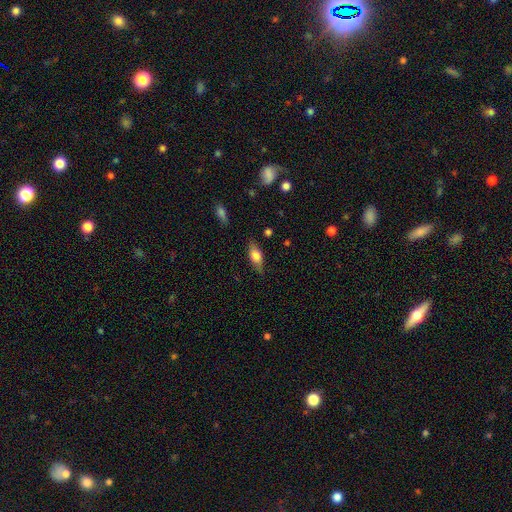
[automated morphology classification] smooth-or-featured: smooth: 65% | featured or disk: 27% | star or artifact: 7%
  how-rounded: in between: 74% | cigar-shaped: 22% | round: 4%
  merging: none: 81% | minor disturbance: 15% | major disturbance: 3% | merger: 1%